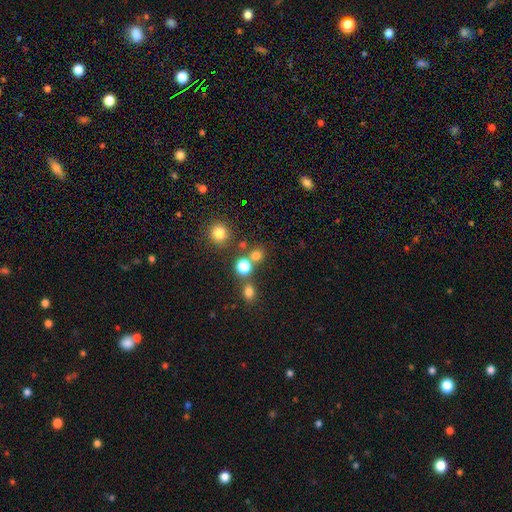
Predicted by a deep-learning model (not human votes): Morphology: type=smooth (74%); roundness=round (85%); merging=none (67%).